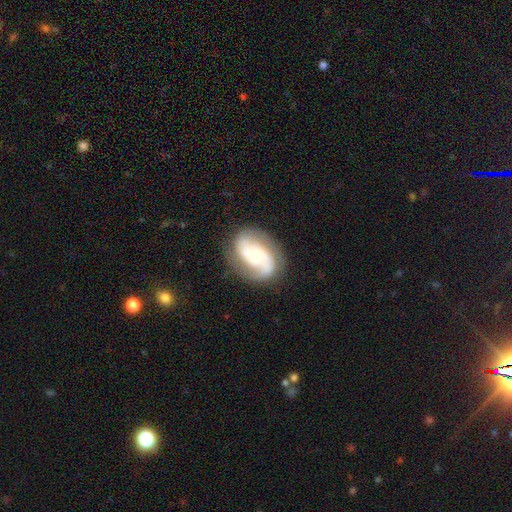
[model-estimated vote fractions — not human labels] smooth-or-featured: featured or disk: 81% | smooth: 13% | star or artifact: 6%
  disk-edge-on: no: 97% | yes: 3%
    bar: no: 58% | weak: 31% | strong: 12%
    has-spiral-arms: yes: 95% | no: 5%
      spiral-winding: medium: 47% | tight: 29% | loose: 25%
      spiral-arm-count: 2: 85% | can't tell: 6% | 3: 4% | 1: 3% | 4: 1% | more than 4: 1%
    bulge-size: small: 54% | moderate: 35% | large: 6% | none: 3% | dominant: 2%
  merging: none: 76% | minor disturbance: 15% | major disturbance: 7% | merger: 2%